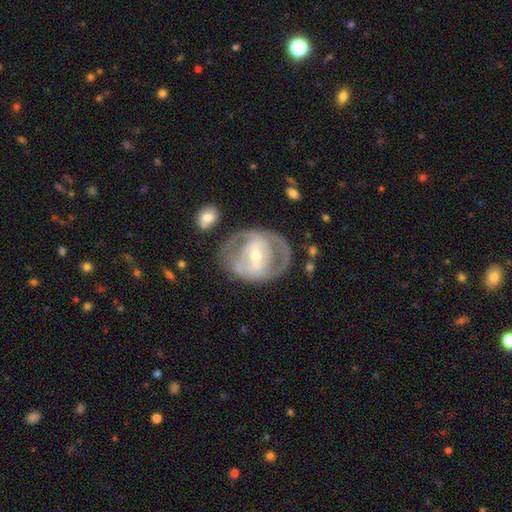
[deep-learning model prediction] The model was most divided on "bulge size": small: 49%, moderate: 45%, large: 3%, none: 1%, dominant: 1%. Remaining: edge-on disk — no (95%); smooth or featured — featured or disk (77%); merging — none (65%); spiral arms — yes (57%); bar — strong (42%).